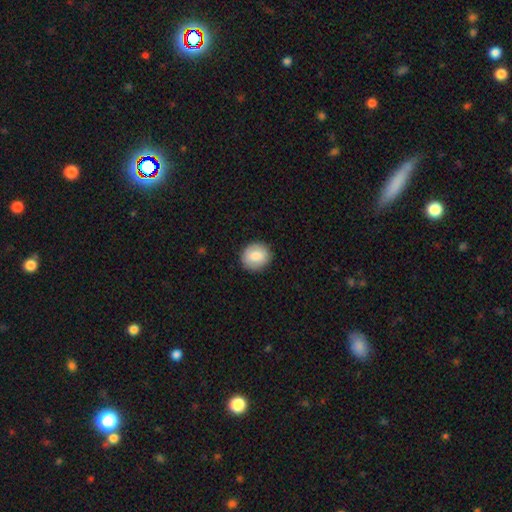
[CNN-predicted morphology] Q: Smooth or featured?
A: smooth (82%); runner-up: featured or disk (11%)
Q: How rounded?
A: round (84%); runner-up: in between (15%)
Q: Merging?
A: none (89%); runner-up: minor disturbance (8%)